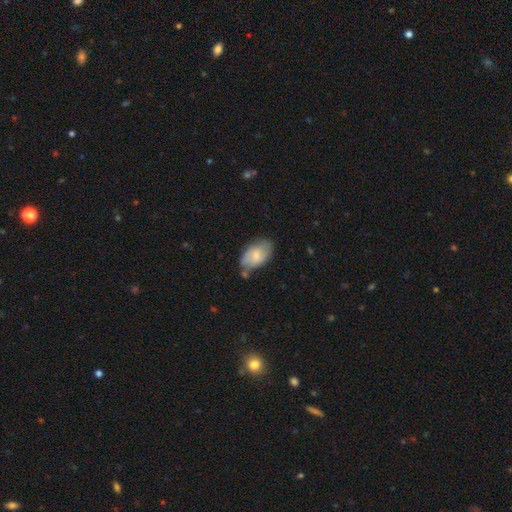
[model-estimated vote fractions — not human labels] A smooth galaxy with no disk features (68%) that is in between round and cigar-shaped (93%). Merging: none (62%).